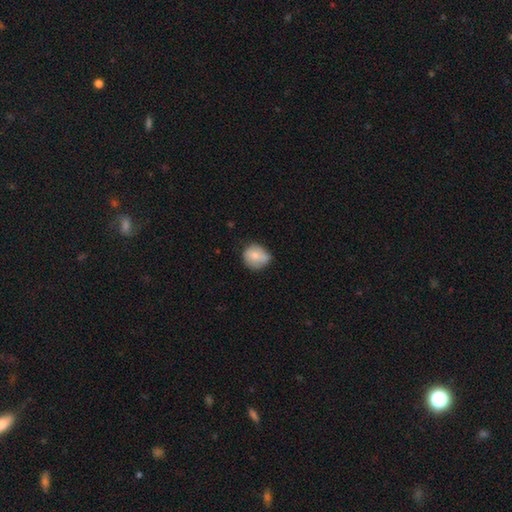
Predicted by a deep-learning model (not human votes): This is likely a smooth galaxy (73%). How rounded: likely round (79%). Merging: possibly none (57%).